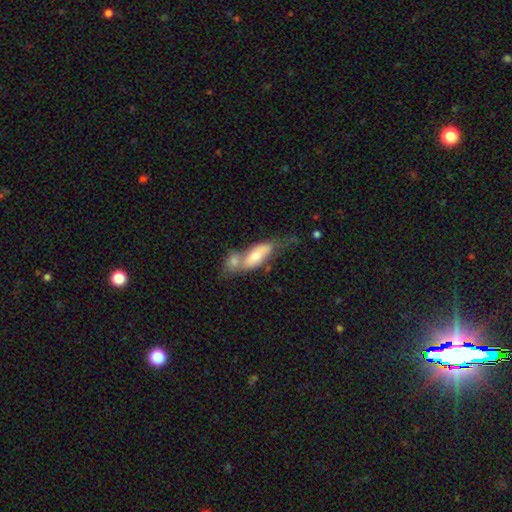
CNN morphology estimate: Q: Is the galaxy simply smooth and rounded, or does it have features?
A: smooth — 61%.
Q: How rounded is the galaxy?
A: in between — 70%.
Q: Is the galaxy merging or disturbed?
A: merger — 61%.